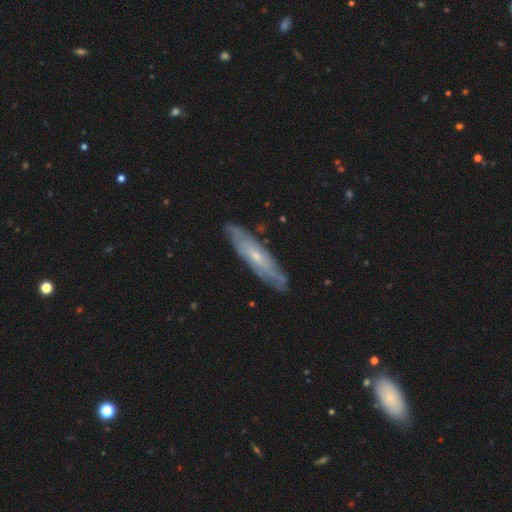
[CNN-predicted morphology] type=featured or disk (67%); edge-on=no (55%); merging=none (84%).